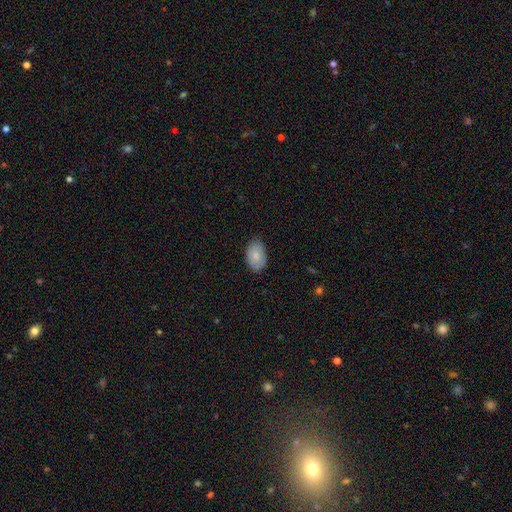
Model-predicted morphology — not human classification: A smooth galaxy with no disk features (81%) that is in between round and cigar-shaped (89%).

Vote fractions:
- Smooth or featured? smooth: 81% / featured or disk: 12% / star or artifact: 6%
- How rounded? in between: 89% / round: 10% / cigar-shaped: 1%
- Merging? none: 79% / minor disturbance: 17% / major disturbance: 3% / merger: 1%